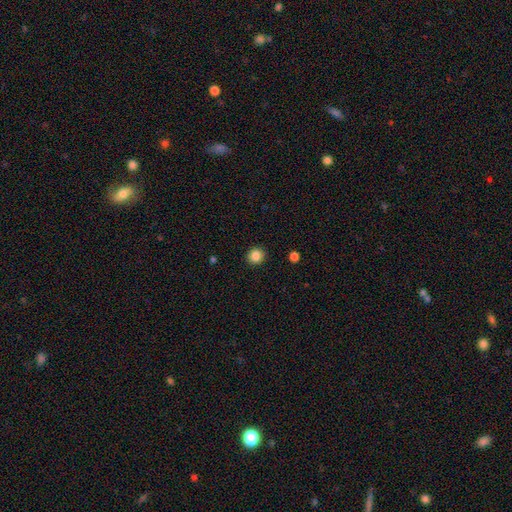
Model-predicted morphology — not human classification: smooth-or-featured: smooth: 85% | star or artifact: 10% | featured or disk: 5%
  how-rounded: round: 86% | in between: 13% | cigar-shaped: 1%
  merging: none: 91% | minor disturbance: 6% | major disturbance: 2% | merger: 1%